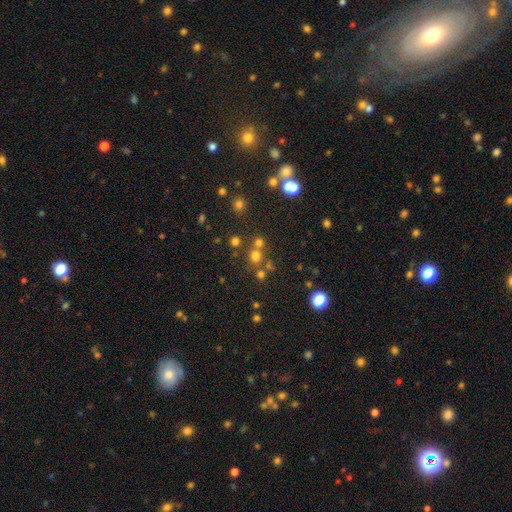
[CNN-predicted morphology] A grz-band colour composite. It shows a smooth galaxy with no disk features (64%) that is round (89%). Merging: none (64%).